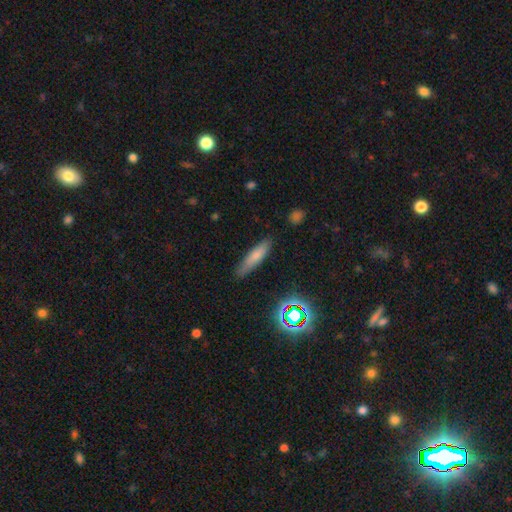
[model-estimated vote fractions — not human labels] Q: Smooth or featured?
A: smooth (72%); runner-up: featured or disk (17%)
Q: How rounded?
A: cigar-shaped (76%); runner-up: in between (22%)
Q: Merging?
A: none (83%); runner-up: minor disturbance (12%)